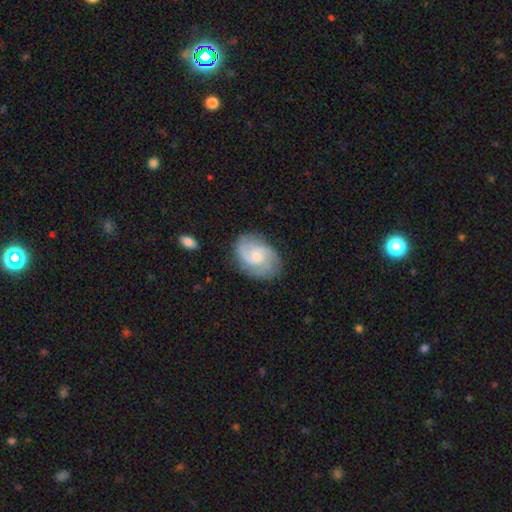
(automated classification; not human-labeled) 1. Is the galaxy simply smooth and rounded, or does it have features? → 73% featured or disk, 21% smooth, 6% star or artifact.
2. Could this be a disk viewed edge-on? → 97% no, 3% yes.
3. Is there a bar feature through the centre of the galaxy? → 58% no, 38% weak, 4% strong.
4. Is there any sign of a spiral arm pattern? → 94% yes, 6% no.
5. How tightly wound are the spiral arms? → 45% medium, 37% tight, 18% loose.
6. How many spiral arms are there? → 37% 2, 26% 3, 22% can't tell, 6% 1, 6% 4, 4% more than 4.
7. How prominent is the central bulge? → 46% small, 44% moderate, 5% none, 4% large, 1% dominant.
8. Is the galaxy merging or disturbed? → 75% none, 17% minor disturbance, 6% major disturbance, 1% merger.